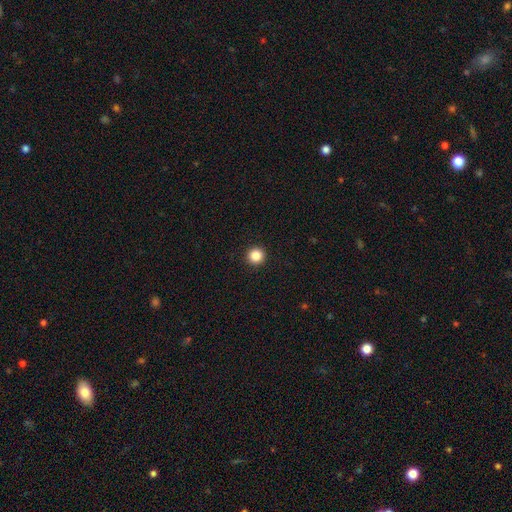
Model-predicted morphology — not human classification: smooth_or_featured: smooth (p=0.87) [alt: star or artifact p=0.10]
how_rounded: round (p=0.96) [alt: in between p=0.03]
merging: none (p=0.94) [alt: minor disturbance p=0.04]